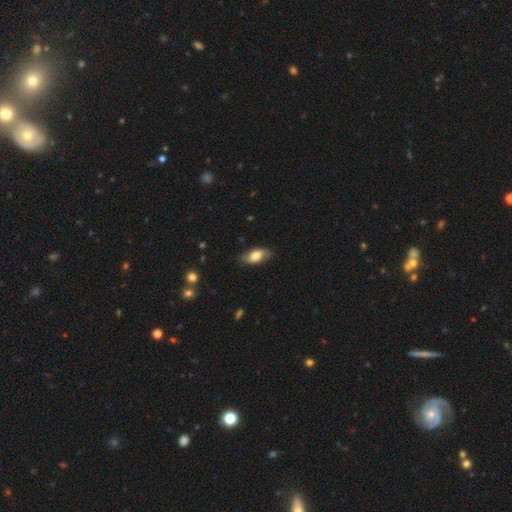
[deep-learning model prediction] Morphology: type=smooth (65%); roundness=in between (88%); merging=none (78%).